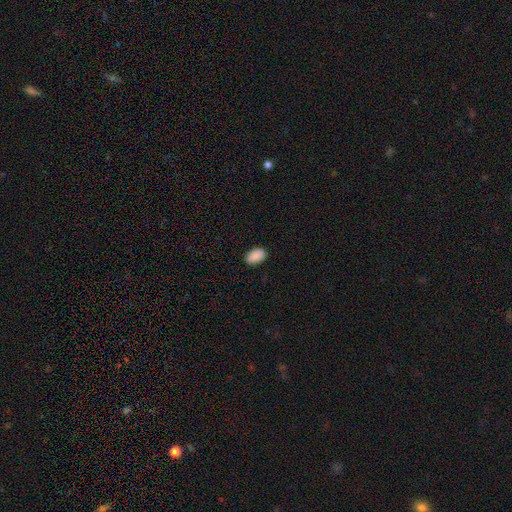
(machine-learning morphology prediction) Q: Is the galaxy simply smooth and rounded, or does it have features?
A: smooth — 90%.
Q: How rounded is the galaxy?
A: in between — 91%.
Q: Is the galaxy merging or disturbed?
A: none — 87%.